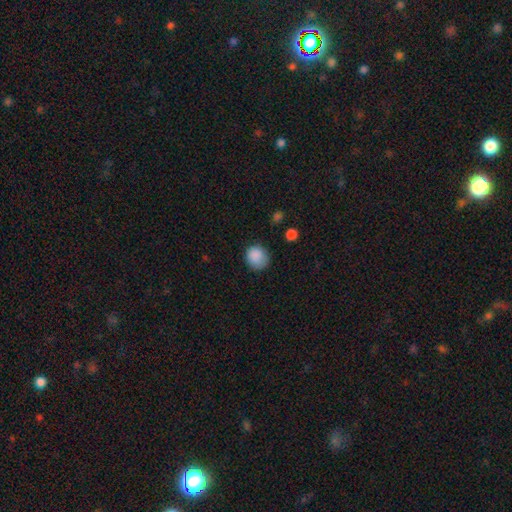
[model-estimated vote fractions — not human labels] Smooth or featured? Predicted: smooth (p=0.87). How rounded? Predicted: round (p=0.83). Merging? Predicted: none (p=0.73).